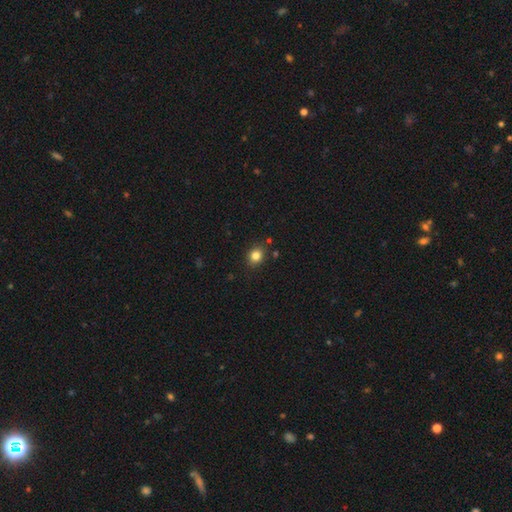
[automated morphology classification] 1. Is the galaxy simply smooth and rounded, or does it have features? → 83% smooth, 12% star or artifact, 5% featured or disk.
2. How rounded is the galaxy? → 71% round, 28% in between, 1% cigar-shaped.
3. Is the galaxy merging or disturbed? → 86% none, 9% minor disturbance, 3% merger, 2% major disturbance.